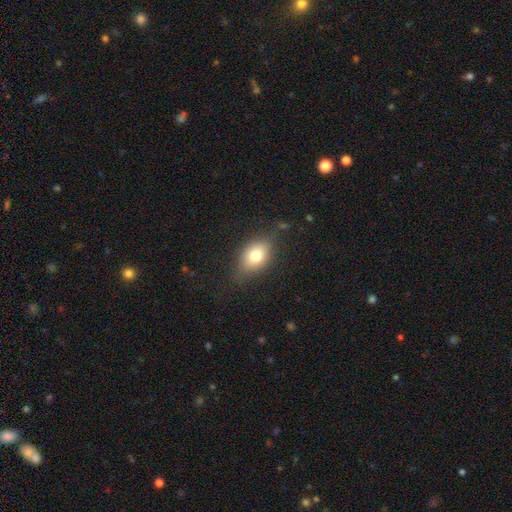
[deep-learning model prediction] The model was most divided on "merging": none: 73%, minor disturbance: 20%, major disturbance: 6%, merger: 1%. More confident: how rounded — in between (78%); smooth or featured — smooth (73%).